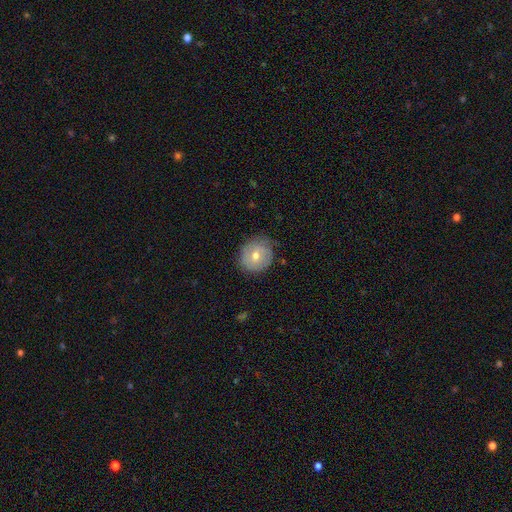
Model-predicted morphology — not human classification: A smooth galaxy with no disk features (57%) that is round (84%). Merging: none (77%).